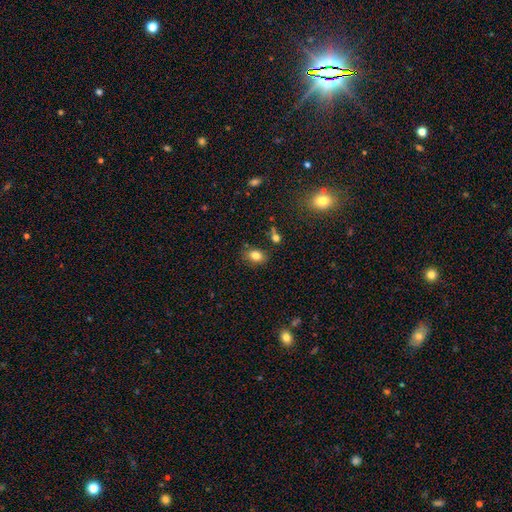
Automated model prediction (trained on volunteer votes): smooth-or-featured: smooth: 80% | star or artifact: 11% | featured or disk: 9%
  how-rounded: in between: 71% | round: 27% | cigar-shaped: 1%
  merging: none: 79% | minor disturbance: 13% | merger: 5% | major disturbance: 3%